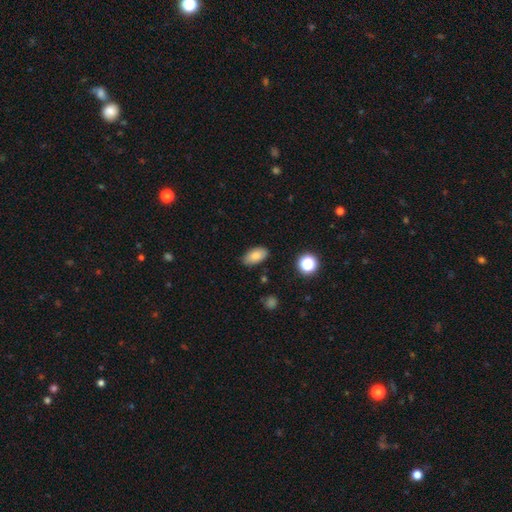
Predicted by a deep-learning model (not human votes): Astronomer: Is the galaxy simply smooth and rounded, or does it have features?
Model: smooth — 83%.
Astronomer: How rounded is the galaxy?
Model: in between — 92%.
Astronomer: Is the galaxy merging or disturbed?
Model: none — 83%.